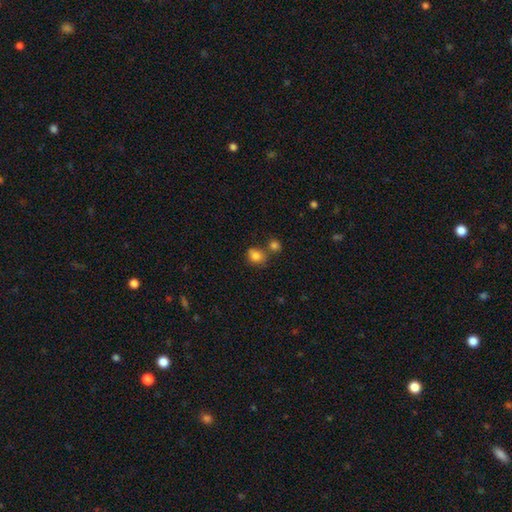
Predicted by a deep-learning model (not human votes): Smooth or featured? smooth (82%)
How rounded? round (55%)
Merging? none (54%)